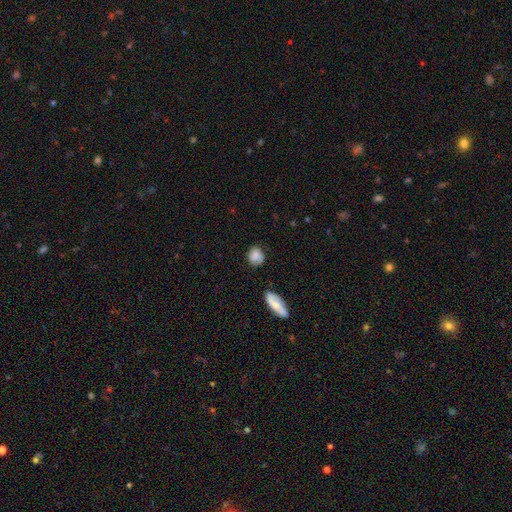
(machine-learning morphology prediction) Smooth or featured? smooth (77%)
How rounded? round (64%)
Merging? none (72%)